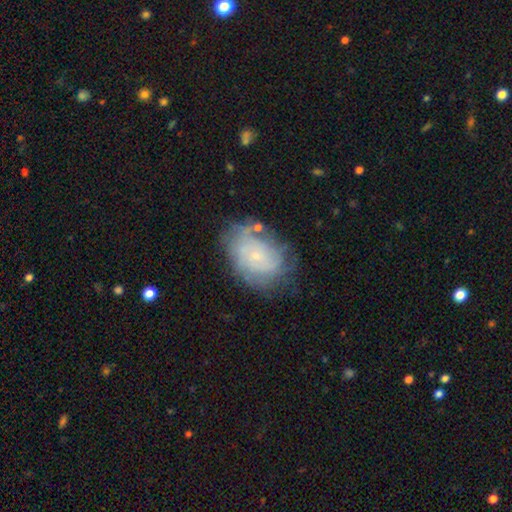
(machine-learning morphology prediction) smooth-or-featured: featured or disk: 62% | smooth: 30% | star or artifact: 8%
  disk-edge-on: no: 96% | yes: 4%
    bar: no: 82% | weak: 15% | strong: 3%
    has-spiral-arms: yes: 76% | no: 24%
    bulge-size: small: 82% | moderate: 13% | none: 3% | large: 1% | dominant: 1%
  merging: none: 63% | minor disturbance: 24% | major disturbance: 10% | merger: 3%